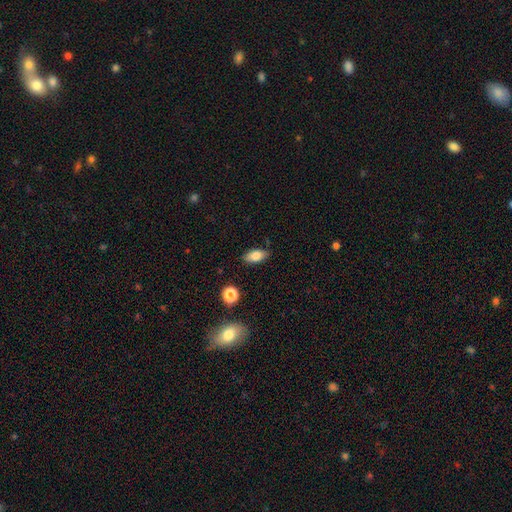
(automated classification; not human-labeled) Smooth or featured? Predicted: smooth (p=0.81). How rounded? Predicted: in between (p=0.88). Merging? Predicted: none (p=0.83).